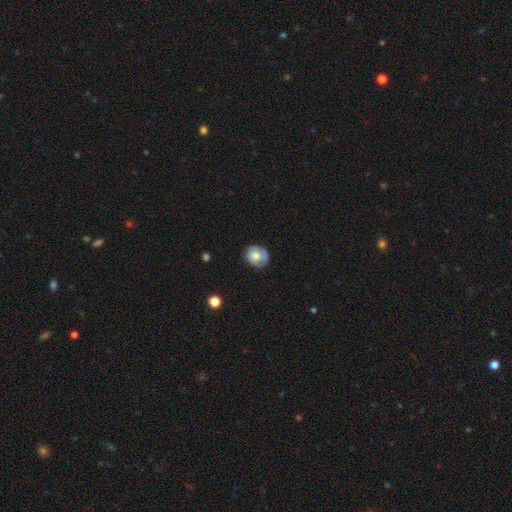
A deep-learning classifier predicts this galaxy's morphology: Overall: smooth (64%; featured or disk 28%). How rounded: round (71%). Merging: none (71%).